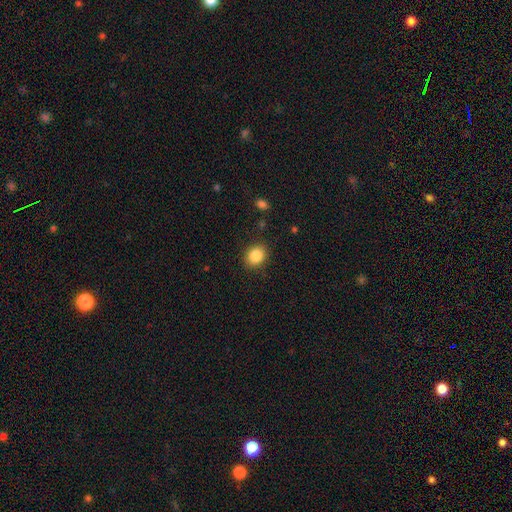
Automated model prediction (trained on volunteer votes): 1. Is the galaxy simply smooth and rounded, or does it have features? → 86% smooth, 9% star or artifact, 5% featured or disk.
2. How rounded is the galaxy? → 56% round, 43% in between, 1% cigar-shaped.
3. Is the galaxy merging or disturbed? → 88% none, 8% minor disturbance, 3% major disturbance, 1% merger.